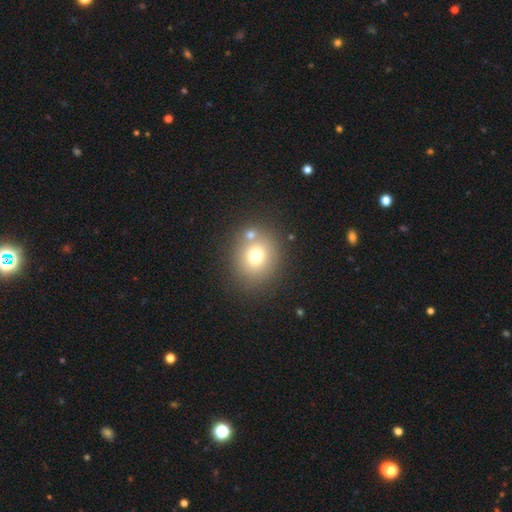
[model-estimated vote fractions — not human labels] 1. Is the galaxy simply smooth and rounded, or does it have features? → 72% smooth, 14% star or artifact, 14% featured or disk.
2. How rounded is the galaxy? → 77% round, 22% in between, 1% cigar-shaped.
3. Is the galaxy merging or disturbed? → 71% none, 15% merger, 10% minor disturbance, 4% major disturbance.